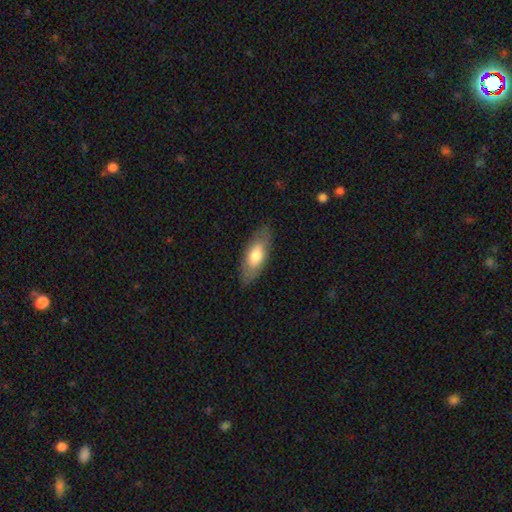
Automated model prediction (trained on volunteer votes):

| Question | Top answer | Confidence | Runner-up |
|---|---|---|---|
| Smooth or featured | smooth | 68% | featured or disk (26%) |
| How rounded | in between | 80% | cigar-shaped (18%) |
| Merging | none | 83% | minor disturbance (13%) |